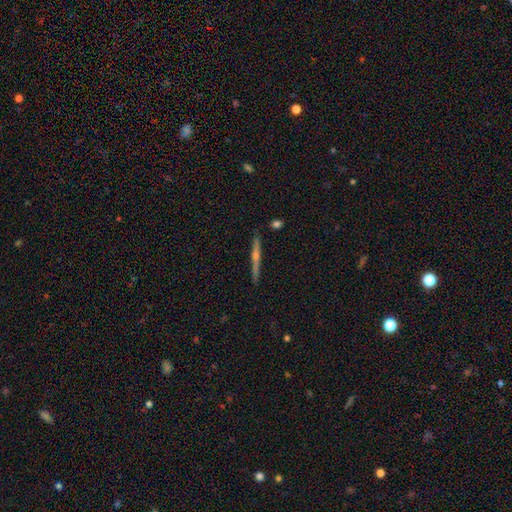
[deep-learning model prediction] Smooth or featured? Predicted: featured or disk (p=0.73). Edge-on disk? Predicted: yes (p=0.98). Edge-on bulge? Predicted: rounded (p=0.80). Merging? Predicted: none (p=0.91).